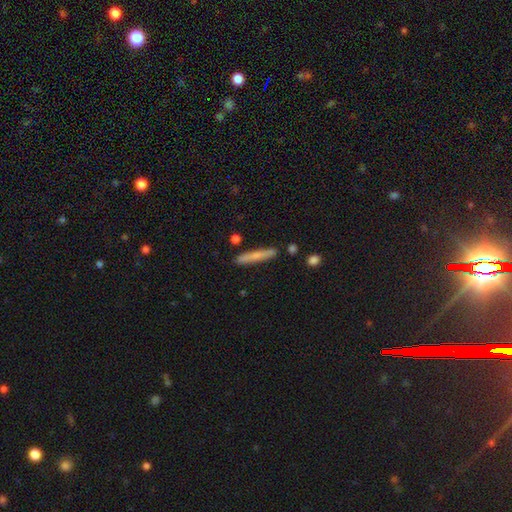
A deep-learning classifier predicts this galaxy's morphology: smooth-or-featured: smooth: 66% | featured or disk: 28% | star or artifact: 6%
  how-rounded: cigar-shaped: 95% | in between: 4% | round: 1%
  merging: none: 85% | minor disturbance: 10% | merger: 3% | major disturbance: 2%